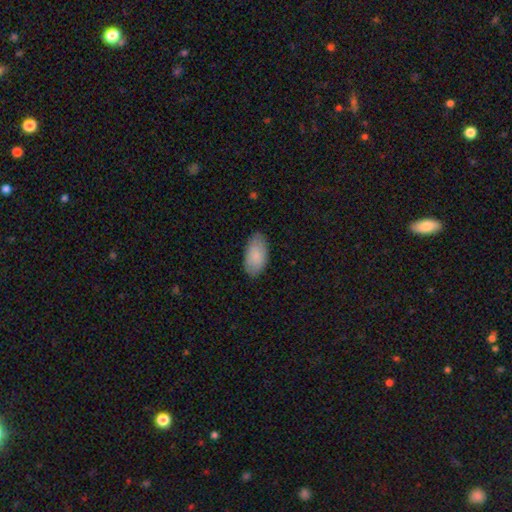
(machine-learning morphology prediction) Smooth or featured?
  - smooth: 83% *
  - featured or disk: 11%
  - star or artifact: 6%
How rounded?
  - in between: 95% *
  - round: 3%
  - cigar-shaped: 2%
Merging?
  - none: 82% *
  - minor disturbance: 15%
  - major disturbance: 3%
  - merger: 1%